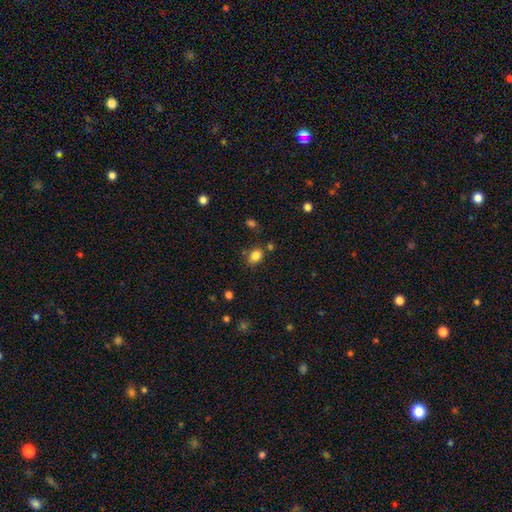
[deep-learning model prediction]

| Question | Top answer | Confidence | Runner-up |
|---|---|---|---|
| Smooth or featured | smooth | 83% | star or artifact (11%) |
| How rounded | in between | 65% | round (34%) |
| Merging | none | 71% | minor disturbance (17%) |